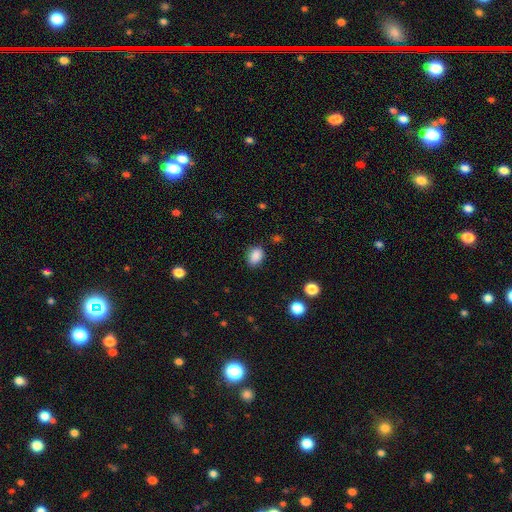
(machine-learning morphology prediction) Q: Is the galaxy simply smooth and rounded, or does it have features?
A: smooth — 87%.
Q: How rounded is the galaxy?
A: in between — 72%.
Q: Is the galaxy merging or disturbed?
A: none — 80%.